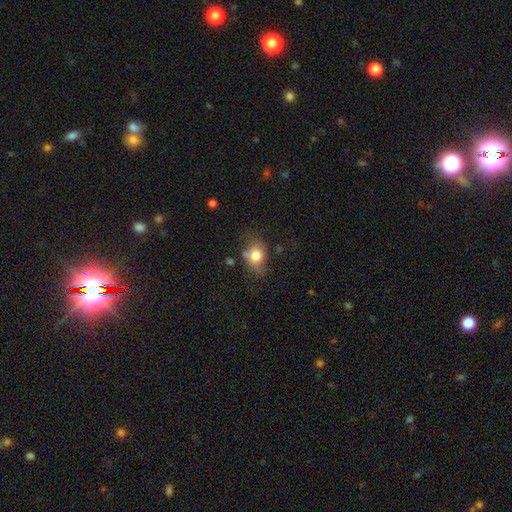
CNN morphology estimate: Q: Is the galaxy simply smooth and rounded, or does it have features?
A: smooth — 77%.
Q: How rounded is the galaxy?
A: in between — 62%.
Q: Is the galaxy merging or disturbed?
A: none — 57%.